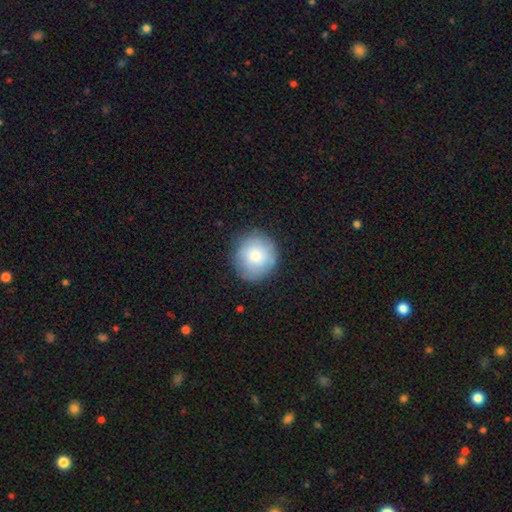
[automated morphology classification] Smooth or featured: smooth — 76% (featured or disk — 17%)
How rounded: round — 91% (in between — 8%)
Merging: none — 82% (minor disturbance — 13%)